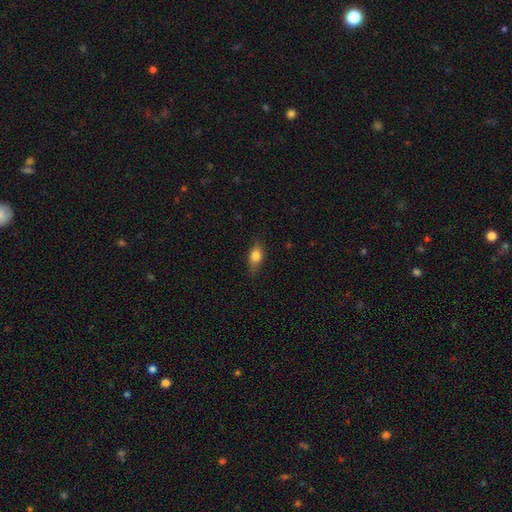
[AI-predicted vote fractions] This is likely a smooth galaxy (79%). How rounded: clearly in between (80%). Merging: likely none (78%).